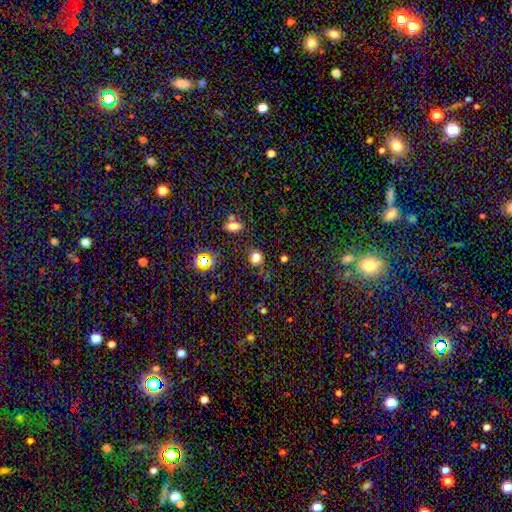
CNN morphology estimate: Overall: smooth (69%). How rounded: round (64%; in between 34%). Merging: none (77%).